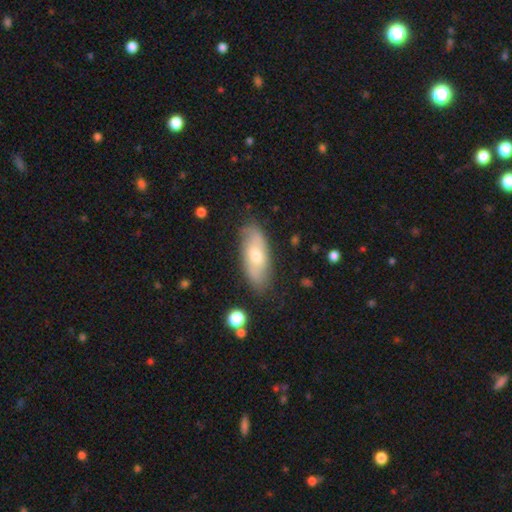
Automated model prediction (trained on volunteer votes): A smooth galaxy with no disk features (55%) that is in between round and cigar-shaped (80%).

Vote fractions:
- Smooth or featured? smooth: 55% / featured or disk: 38% / star or artifact: 7%
- How rounded? in between: 80% / cigar-shaped: 18% / round: 3%
- Merging? none: 78% / minor disturbance: 16% / major disturbance: 4% / merger: 2%